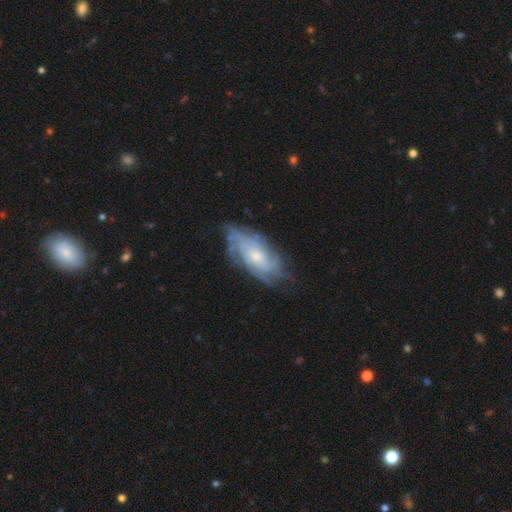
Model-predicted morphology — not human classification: smooth_or_featured: featured or disk (p=0.79) [alt: smooth p=0.15]
disk_edge_on: no (p=0.93) [alt: yes p=0.07]
bar: no (p=0.75) [alt: weak p=0.22]
has_spiral_arms: yes (p=0.92) [alt: no p=0.08]
spiral_winding: tight (p=0.63) [alt: medium p=0.28]
spiral_arm_count: can't tell (p=0.47) [alt: 4 p=0.17]
bulge_size: small (p=0.57) [alt: moderate p=0.36]
merging: none (p=0.71) [alt: minor disturbance p=0.20]